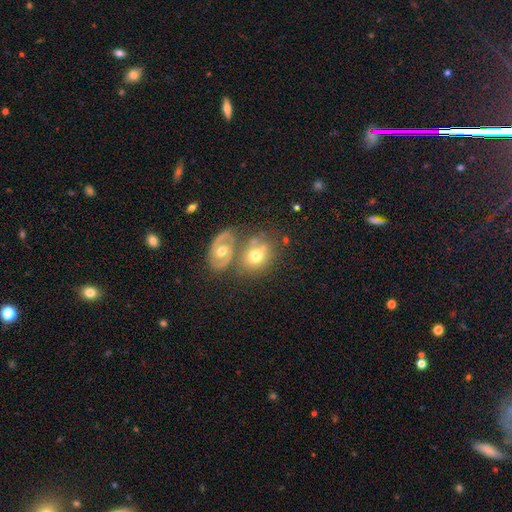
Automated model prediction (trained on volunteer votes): This appears to be a smooth galaxy with no disk features (47%). Merging: merger (42%).